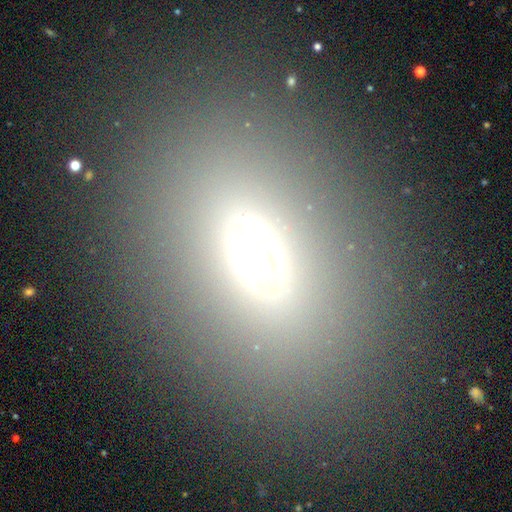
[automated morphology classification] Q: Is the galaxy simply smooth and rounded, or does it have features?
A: smooth — 54%.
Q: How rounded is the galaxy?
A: in between — 76%.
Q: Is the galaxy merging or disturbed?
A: none — 77%.